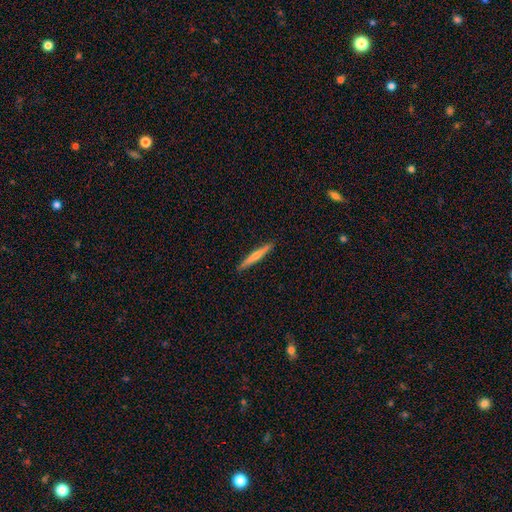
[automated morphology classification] Smooth or featured? Predicted: smooth (p=0.56). How rounded? Predicted: cigar-shaped (p=0.95). Merging? Predicted: none (p=0.91).